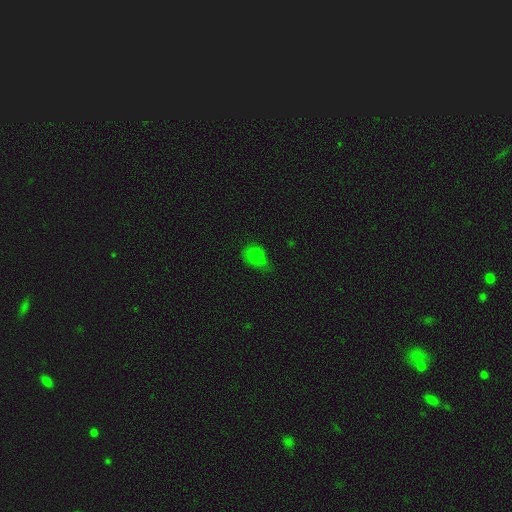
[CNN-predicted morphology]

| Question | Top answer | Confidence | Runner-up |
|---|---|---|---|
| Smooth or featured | smooth | 75% | star or artifact (15%) |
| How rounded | round | 51% | in between (48%) |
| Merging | none | 46% | minor disturbance (35%) |